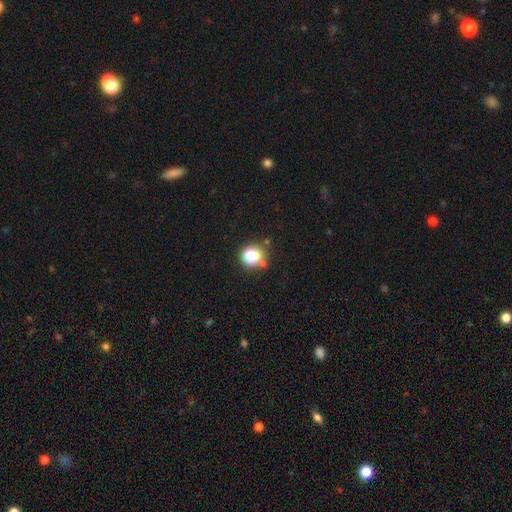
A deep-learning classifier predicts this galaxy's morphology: A smooth galaxy with no disk features (79%) that is round (87%).

Vote fractions:
- Smooth or featured? smooth: 79% / star or artifact: 13% / featured or disk: 8%
- How rounded? round: 87% / in between: 12% / cigar-shaped: 1%
- Merging? none: 73% / minor disturbance: 13% / merger: 9% / major disturbance: 4%